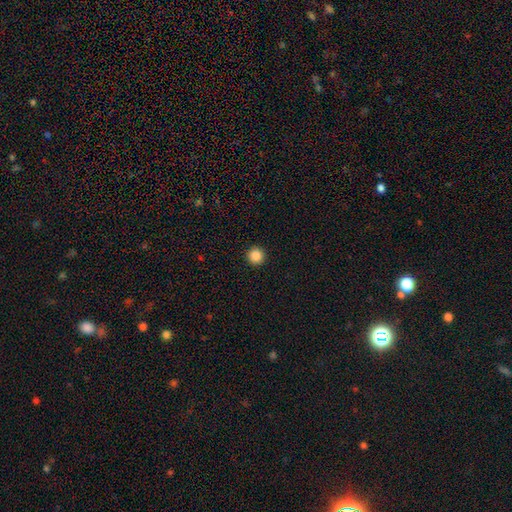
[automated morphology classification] Smooth or featured: smooth — 87% (star or artifact — 10%)
How rounded: round — 97% (in between — 2%)
Merging: none — 94% (minor disturbance — 4%)